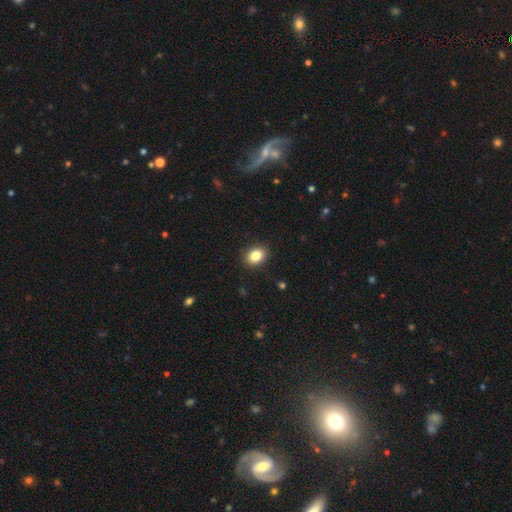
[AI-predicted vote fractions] Smooth or featured?
  - smooth: 84% *
  - star or artifact: 9%
  - featured or disk: 6%
How rounded?
  - in between: 65% *
  - round: 34%
  - cigar-shaped: 1%
Merging?
  - none: 89% *
  - minor disturbance: 8%
  - major disturbance: 2%
  - merger: 1%